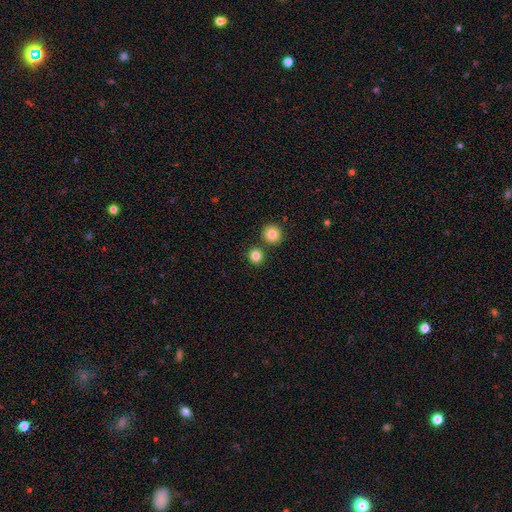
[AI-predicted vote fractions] This is clearly a smooth galaxy (83%). How rounded: clearly round (91%). Merging: likely none (80%).